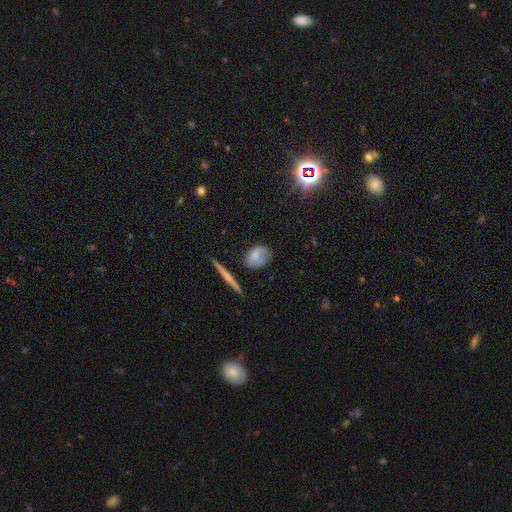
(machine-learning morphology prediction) Smooth or featured: smooth — 67% (featured or disk — 24%)
How rounded: in between — 72% (round — 23%)
Merging: none — 63% (minor disturbance — 25%)